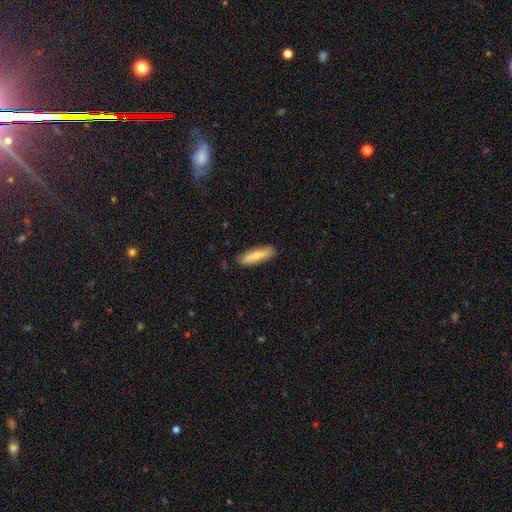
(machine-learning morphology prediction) Smooth or featured? Predicted: smooth (p=0.75). How rounded? Predicted: cigar-shaped (p=0.62). Merging? Predicted: none (p=0.85).